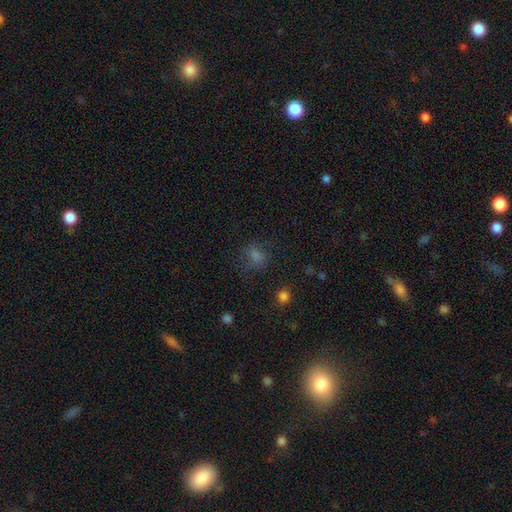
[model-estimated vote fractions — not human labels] smooth-or-featured: smooth: 60% | star or artifact: 29% | featured or disk: 11%
  how-rounded: round: 56% | in between: 42% | cigar-shaped: 2%
  merging: none: 68% | minor disturbance: 17% | major disturbance: 12% | merger: 3%